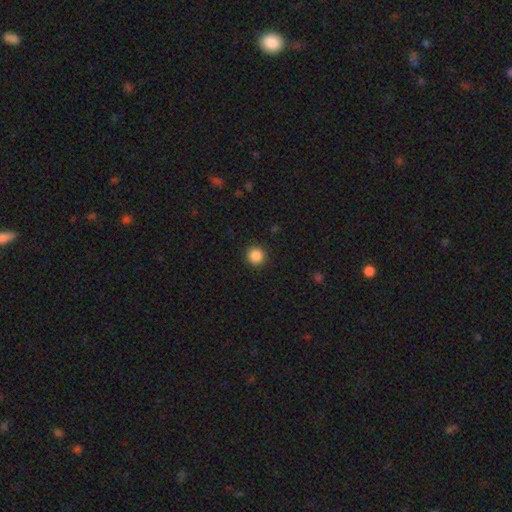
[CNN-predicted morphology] This is clearly a smooth galaxy (87%). How rounded: clearly round (95%). Merging: clearly none (92%).